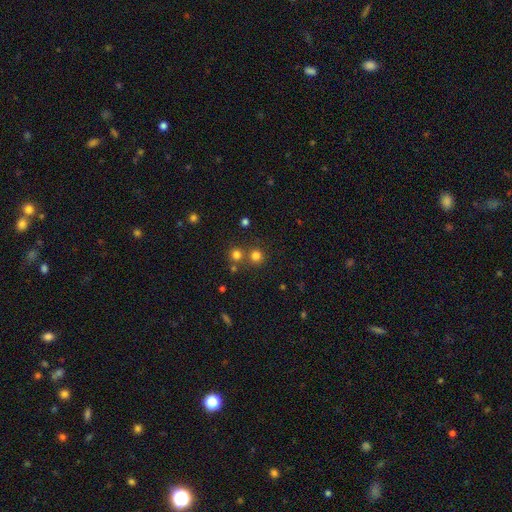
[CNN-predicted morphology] This appears to be a smooth galaxy with no disk features (75%) that is round (92%). Merging: none (69%).